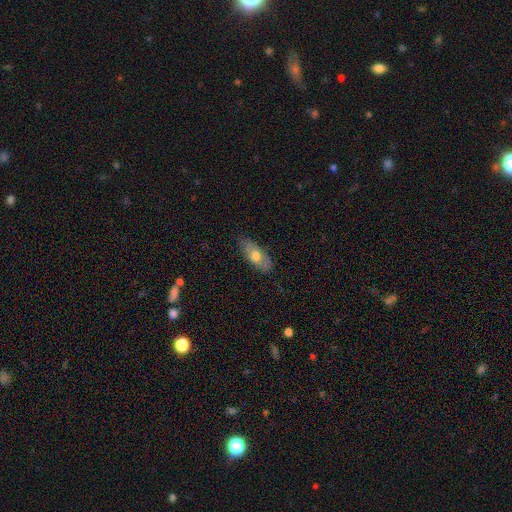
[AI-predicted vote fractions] smooth-or-featured: smooth: 63% | featured or disk: 31% | star or artifact: 6%
  how-rounded: in between: 83% | cigar-shaped: 14% | round: 3%
  merging: none: 80% | minor disturbance: 16% | major disturbance: 3% | merger: 1%